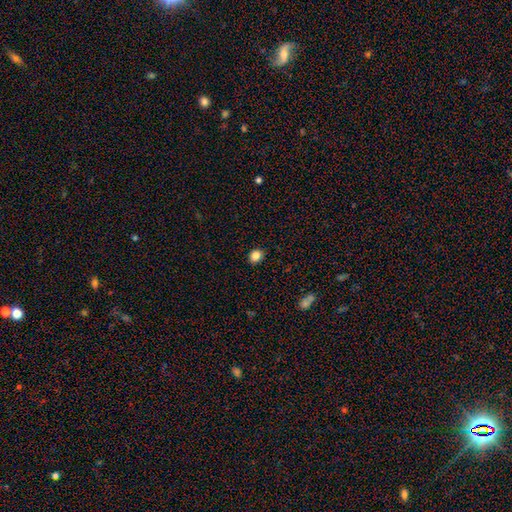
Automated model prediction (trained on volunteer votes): Smooth or featured: smooth — 85% (star or artifact — 11%)
How rounded: round — 54% (in between — 45%)
Merging: none — 89% (minor disturbance — 8%)